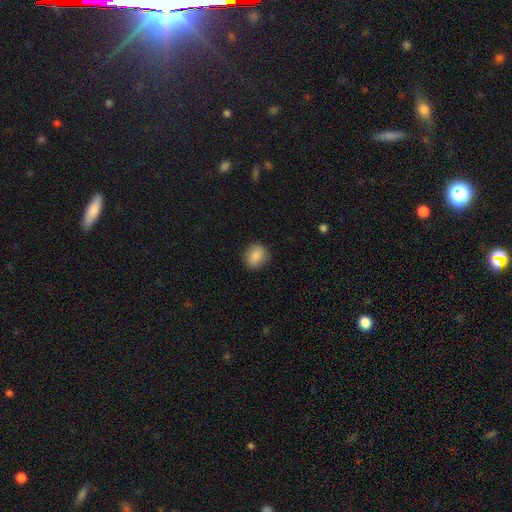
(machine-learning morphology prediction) This appears to be a smooth galaxy with no disk features (86%) that is round (68%). Merging: none (88%).